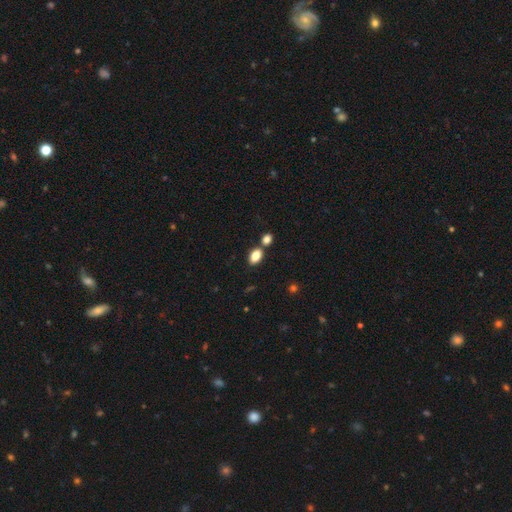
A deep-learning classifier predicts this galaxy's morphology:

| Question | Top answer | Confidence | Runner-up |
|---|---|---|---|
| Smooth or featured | smooth | 83% | star or artifact (9%) |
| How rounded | in between | 86% | round (12%) |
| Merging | none | 66% | merger (20%) |